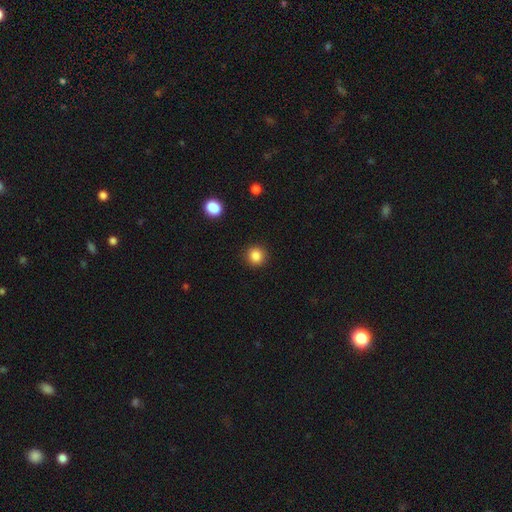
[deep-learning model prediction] A smooth galaxy with no disk features (85%) that is round (93%).

Vote fractions:
- Smooth or featured? smooth: 85% / star or artifact: 11% / featured or disk: 4%
- How rounded? round: 93% / in between: 6% / cigar-shaped: 1%
- Merging? none: 91% / minor disturbance: 5% / major disturbance: 2% / merger: 1%